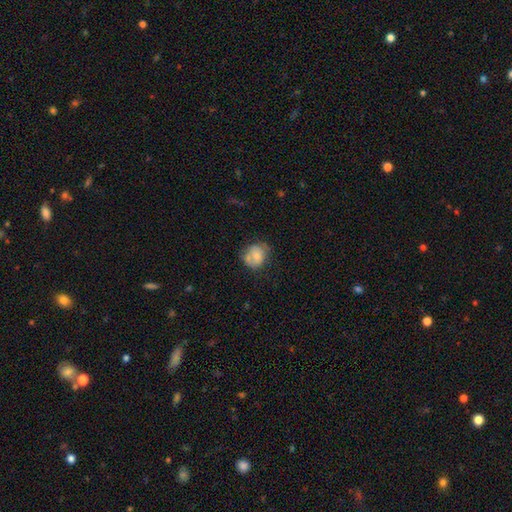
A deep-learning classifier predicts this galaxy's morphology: smooth-or-featured: smooth: 69% | featured or disk: 22% | star or artifact: 8%
  how-rounded: round: 65% | in between: 34% | cigar-shaped: 1%
  merging: none: 50% | minor disturbance: 25% | merger: 15% | major disturbance: 10%